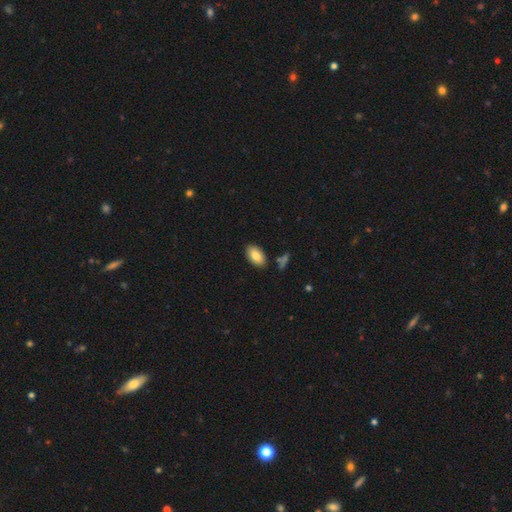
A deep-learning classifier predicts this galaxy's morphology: smooth-or-featured: smooth: 83% | featured or disk: 10% | star or artifact: 7%
  how-rounded: in between: 94% | round: 4% | cigar-shaped: 2%
  merging: none: 85% | minor disturbance: 10% | merger: 3% | major disturbance: 2%